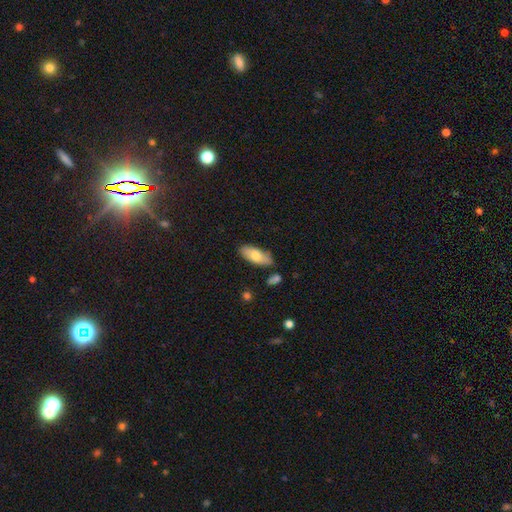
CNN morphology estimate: A smooth galaxy with no disk features (74%) that is in between round and cigar-shaped (83%).

Vote fractions:
- Smooth or featured? smooth: 74% / featured or disk: 20% / star or artifact: 6%
- How rounded? in between: 83% / cigar-shaped: 15% / round: 2%
- Merging? none: 79% / minor disturbance: 15% / merger: 4% / major disturbance: 3%